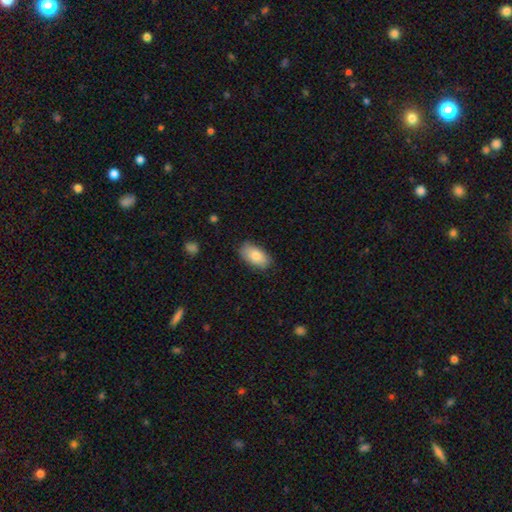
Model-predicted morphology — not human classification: type=smooth (83%); roundness=in between (93%); merging=none (81%).